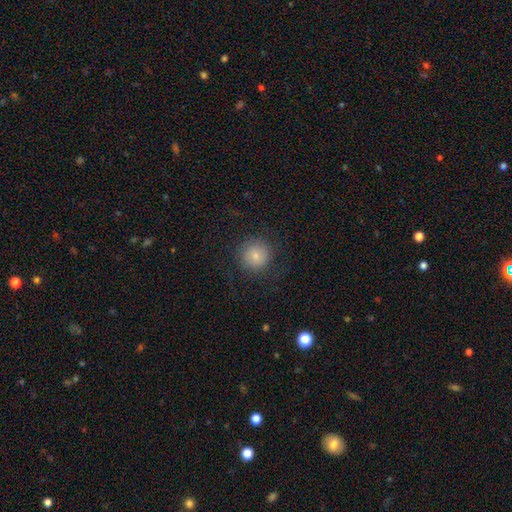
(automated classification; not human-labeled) smooth 77%, featured or disk 13%, star or artifact 10%. Down the decision tree: how rounded — round (94%); merging — none (80%).